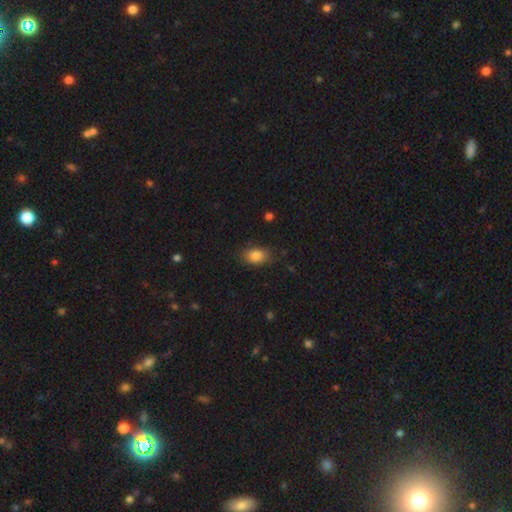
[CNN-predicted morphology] Smooth or featured? Predicted: smooth (p=0.84). How rounded? Predicted: in between (p=0.82). Merging? Predicted: none (p=0.81).